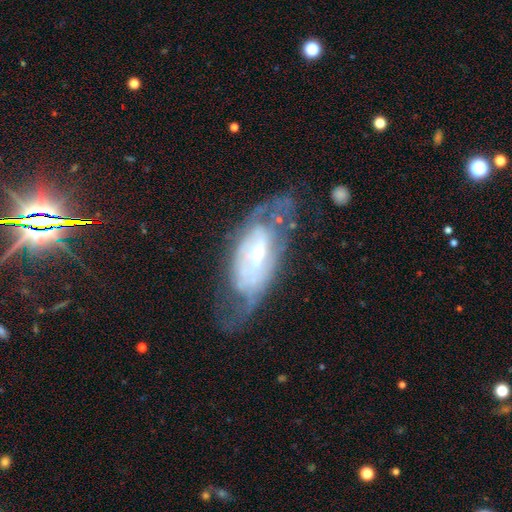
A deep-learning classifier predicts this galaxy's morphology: Smooth or featured? featured or disk (74%)
Edge-on disk? no (88%)
Bar? no (51%)
Spiral arms? yes (74%)
Bulge size? small (50%)
Merging? none (45%)